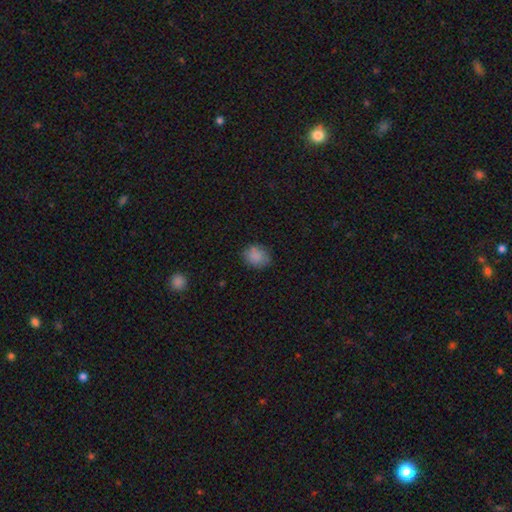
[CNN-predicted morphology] This appears to be a smooth galaxy with no disk features (85%) that is round (56%). Merging: none (78%).